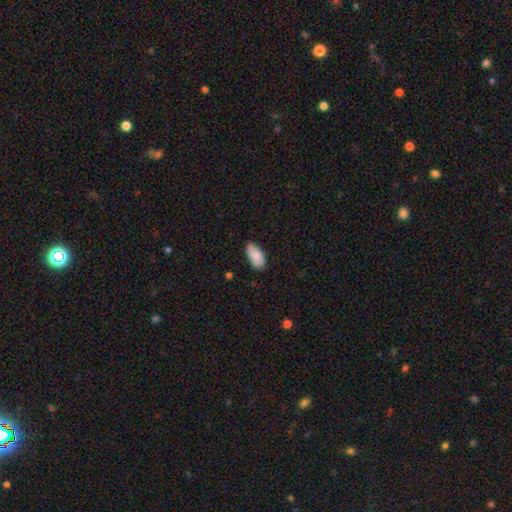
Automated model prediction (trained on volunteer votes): The model was most divided on "merging": none: 75%, minor disturbance: 21%, major disturbance: 3%, merger: 1%. More confident: how rounded — in between (93%); smooth or featured — smooth (83%).